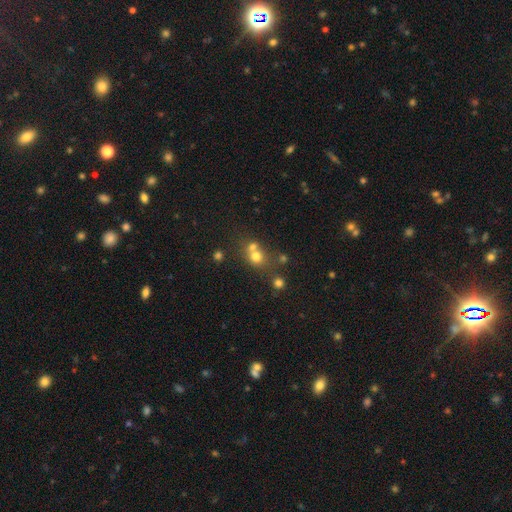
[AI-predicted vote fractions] smooth-or-featured: smooth: 65% | star or artifact: 21% | featured or disk: 14%
  how-rounded: round: 81% | in between: 18% | cigar-shaped: 1%
  merging: merger: 45% | none: 44% | minor disturbance: 7% | major disturbance: 4%